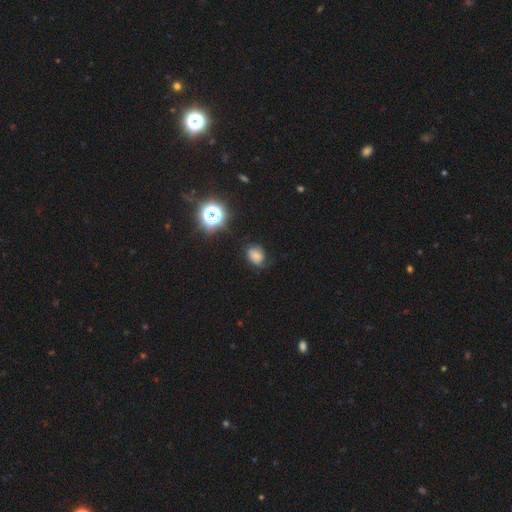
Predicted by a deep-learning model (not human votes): A smooth galaxy with no disk features (62%) that is round (52%).

Vote fractions:
- Smooth or featured? smooth: 62% / star or artifact: 19% / featured or disk: 19%
- How rounded? round: 52% / in between: 47% / cigar-shaped: 1%
- Merging? none: 63% / minor disturbance: 26% / major disturbance: 9% / merger: 2%